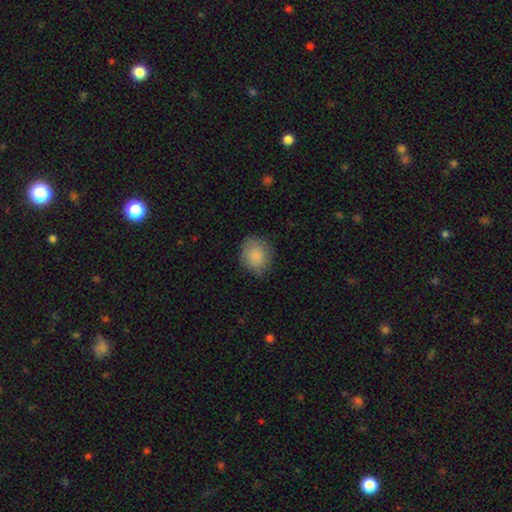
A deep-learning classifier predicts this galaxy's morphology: A smooth galaxy with no disk features (85%) that is round (71%).

Vote fractions:
- Smooth or featured? smooth: 85% / featured or disk: 8% / star or artifact: 7%
- How rounded? round: 71% / in between: 28% / cigar-shaped: 1%
- Merging? none: 69% / minor disturbance: 25% / major disturbance: 5% / merger: 1%